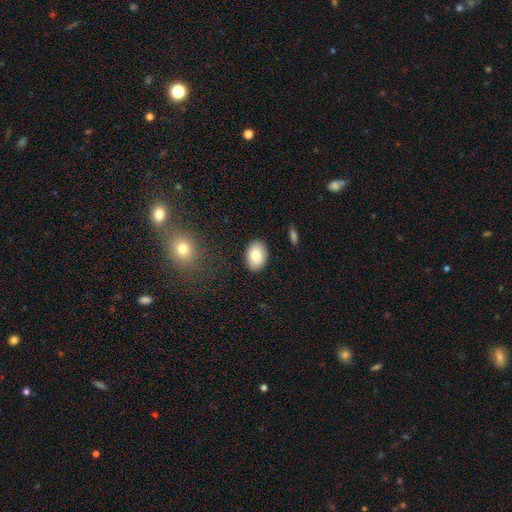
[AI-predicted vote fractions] Smooth or featured: smooth — 81% (featured or disk — 12%)
How rounded: in between — 86% (round — 13%)
Merging: none — 87% (minor disturbance — 9%)